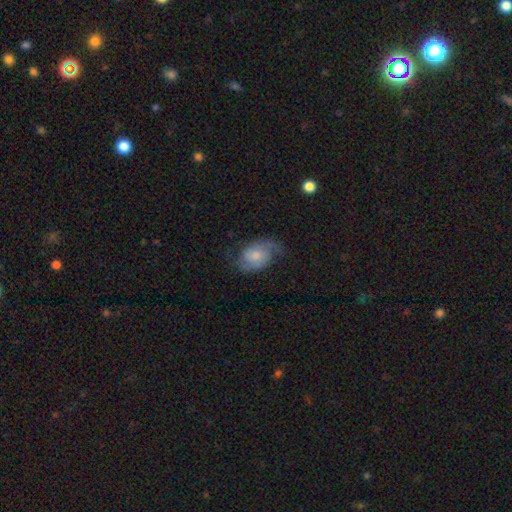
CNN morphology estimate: Overall: featured or disk (66%; smooth 27%). Edge-on disk: no (97%). Bar: no (67%; weak 29%). Spiral arms: yes (91%). Spiral arm count: 2 (81%). Spiral winding: medium (45%; loose 32%). Bulge size: moderate (45%; small 36%). Merging: none (61%; minor disturbance 24%).